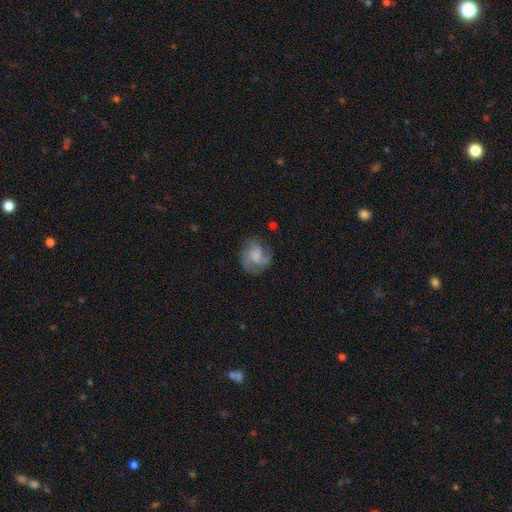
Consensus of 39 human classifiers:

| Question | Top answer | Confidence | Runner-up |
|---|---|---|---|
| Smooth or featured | featured or disk | 49% | smooth (46%) |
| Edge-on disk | no | 100% | — |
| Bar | weak | 47% | tied: no (47%) |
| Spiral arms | yes | 95% | no (5%) |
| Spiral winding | medium | 61% | loose (28%) |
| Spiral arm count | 3 | 67% | 2 (17%) |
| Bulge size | moderate | 58% | small (21%) |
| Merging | none | 68% | minor disturbance (27%) |